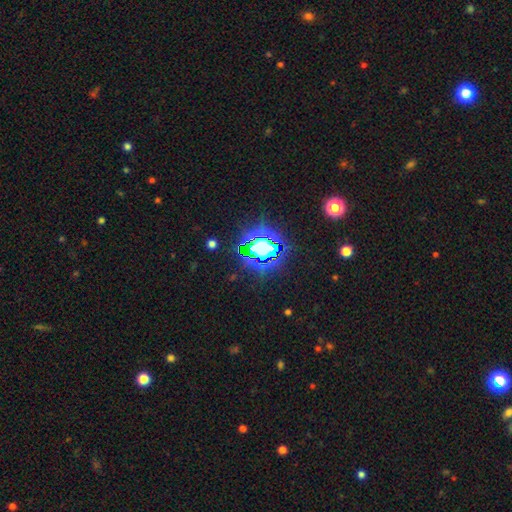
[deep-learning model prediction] This is likely a star or artifact rather than a galaxy (73%).